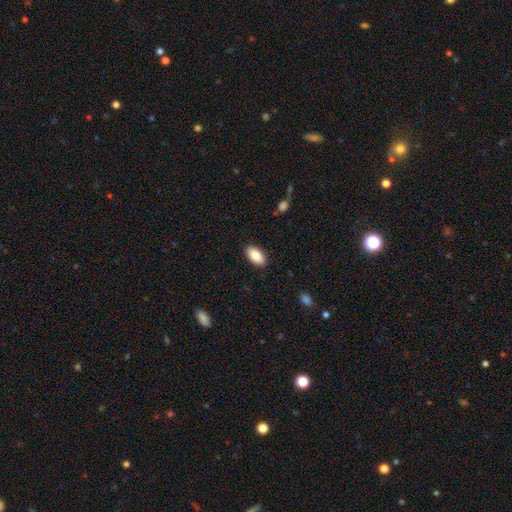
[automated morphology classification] A smooth galaxy with no disk features (86%) that is in between round and cigar-shaped (94%).

Vote fractions:
- Smooth or featured? smooth: 86% / featured or disk: 7% / star or artifact: 7%
- How rounded? in between: 94% / cigar-shaped: 3% / round: 3%
- Merging? none: 89% / minor disturbance: 8% / major disturbance: 2% / merger: 1%